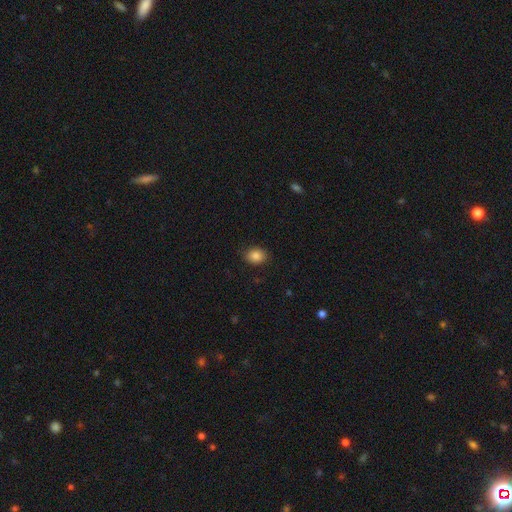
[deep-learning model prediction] The model was most divided on "how rounded": in between: 64%, round: 35%, cigar-shaped: 1%. More confident: smooth or featured — smooth (87%); merging — none (86%).